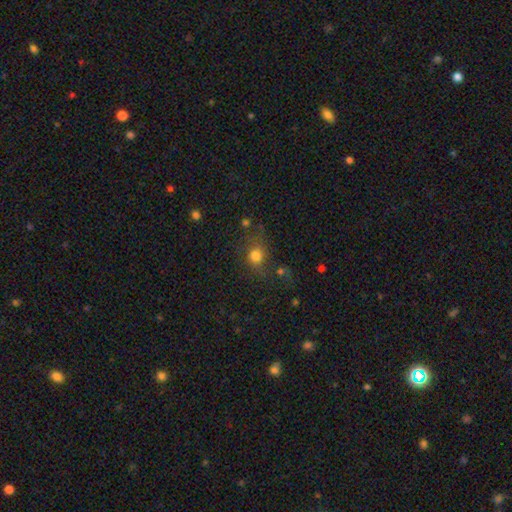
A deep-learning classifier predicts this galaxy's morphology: Smooth or featured? Predicted: smooth (p=0.73). How rounded? Predicted: round (p=0.76). Merging? Predicted: none (p=0.63).